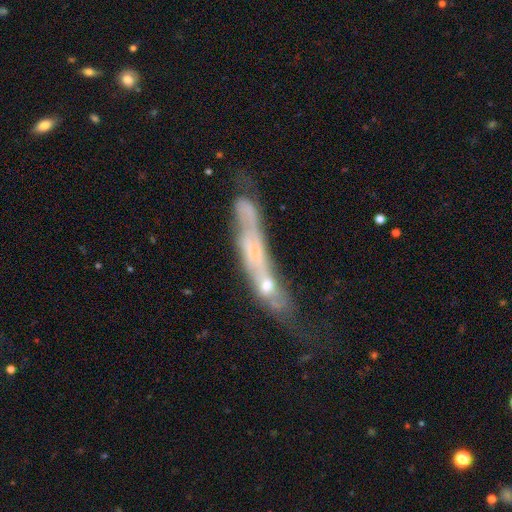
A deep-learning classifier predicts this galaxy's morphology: This appears to be a featured or disk galaxy (57%) viewed edge-on (55%). Merging: none (31%).